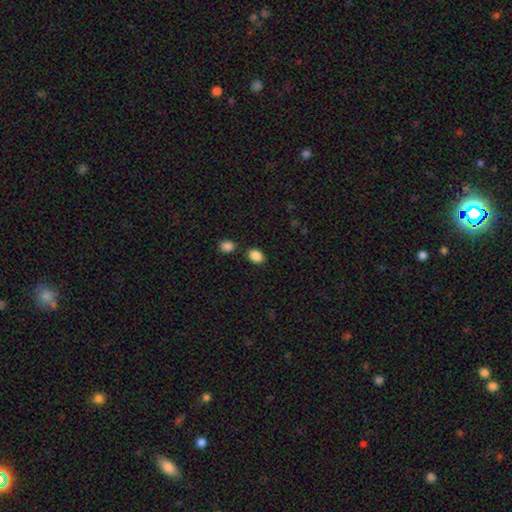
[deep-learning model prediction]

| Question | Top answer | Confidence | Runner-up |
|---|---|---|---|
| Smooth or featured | smooth | 88% | star or artifact (9%) |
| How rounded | in between | 75% | round (24%) |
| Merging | none | 80% | minor disturbance (10%) |